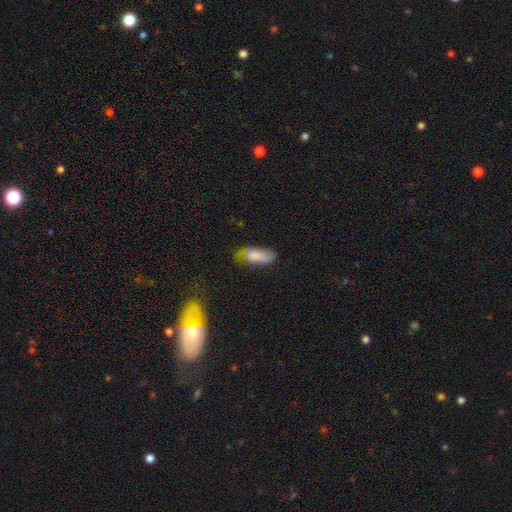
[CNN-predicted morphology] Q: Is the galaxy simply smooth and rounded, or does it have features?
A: smooth — 78%.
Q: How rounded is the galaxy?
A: in between — 80%.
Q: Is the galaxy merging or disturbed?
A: none — 41%.